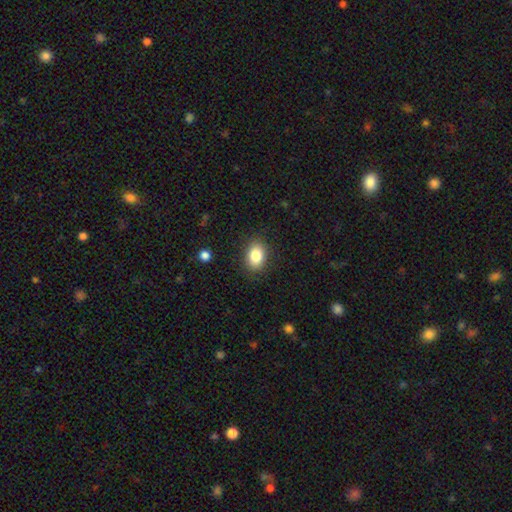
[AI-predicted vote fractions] Smooth or featured? Predicted: smooth (p=0.84). How rounded? Predicted: in between (p=0.73). Merging? Predicted: none (p=0.86).